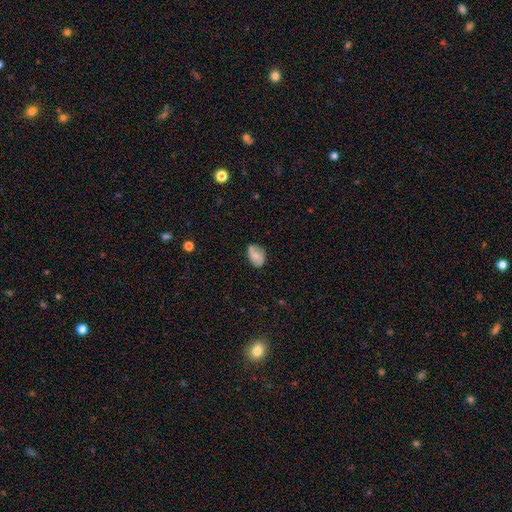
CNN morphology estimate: smooth_or_featured: smooth (p=0.63) [alt: featured or disk p=0.28]
how_rounded: in between (p=0.82) [alt: round p=0.17]
merging: none (p=0.68) [alt: minor disturbance p=0.23]